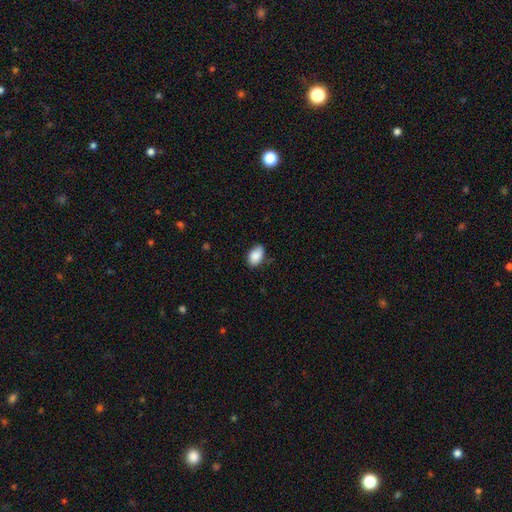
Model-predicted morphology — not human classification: A smooth galaxy with no disk features (88%) that is in between round and cigar-shaped (90%).

Vote fractions:
- Smooth or featured? smooth: 88% / star or artifact: 7% / featured or disk: 5%
- How rounded? in between: 90% / round: 8% / cigar-shaped: 1%
- Merging? none: 77% / minor disturbance: 19% / major disturbance: 3% / merger: 1%